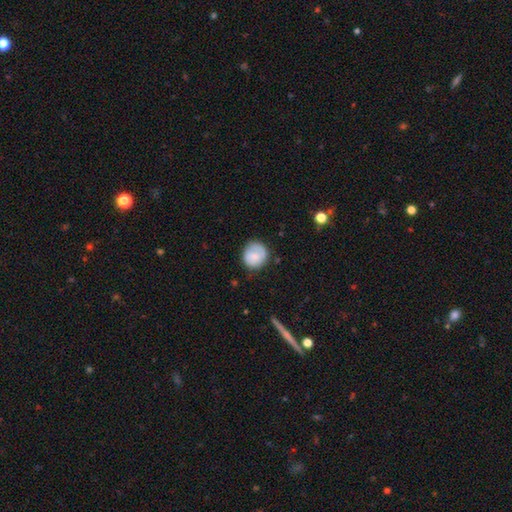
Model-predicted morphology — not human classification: A smooth galaxy with no disk features (72%) that is round (85%). Merging: none (72%).